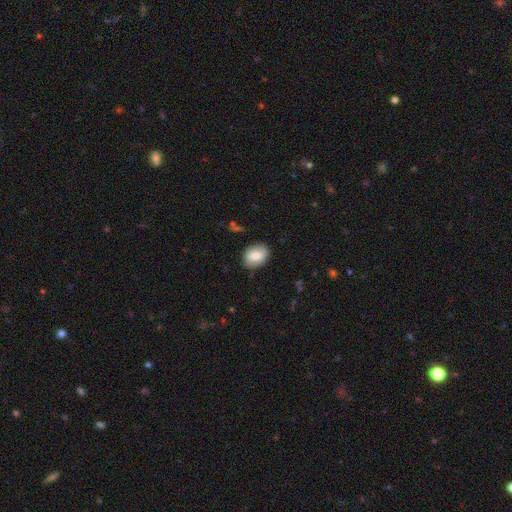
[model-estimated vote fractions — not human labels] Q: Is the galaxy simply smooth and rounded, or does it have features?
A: smooth — 73%.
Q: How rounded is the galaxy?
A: in between — 64%.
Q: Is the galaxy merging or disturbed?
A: none — 84%.